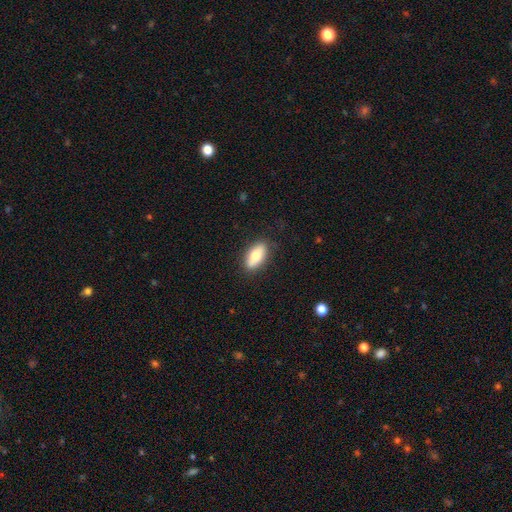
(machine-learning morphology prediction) Smooth or featured? smooth (74%)
How rounded? in between (84%)
Merging? none (85%)